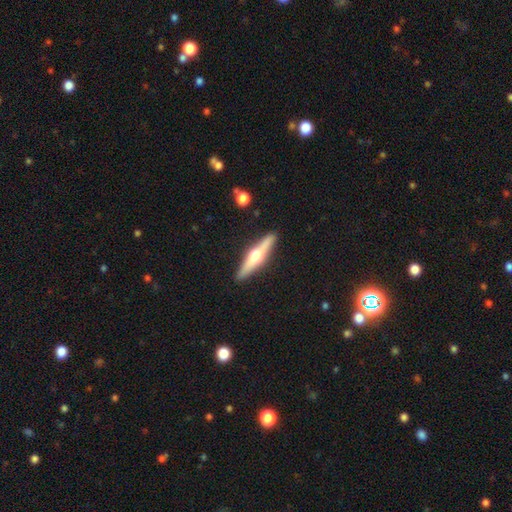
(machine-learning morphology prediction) type=featured or disk (64%); edge-on=yes (96%); edge-on bulge=rounded (93%); merging=none (89%).